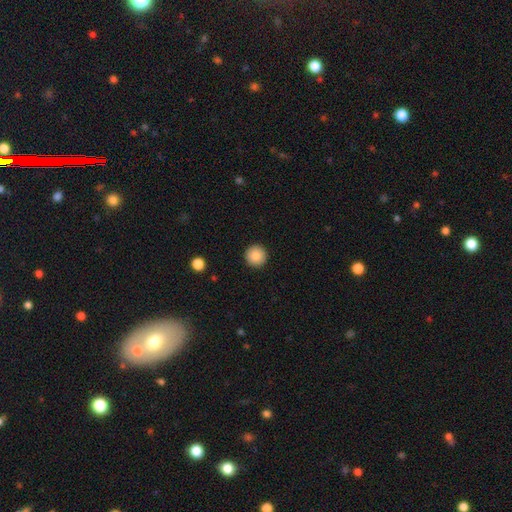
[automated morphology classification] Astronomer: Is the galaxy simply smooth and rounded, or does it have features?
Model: smooth — 87%.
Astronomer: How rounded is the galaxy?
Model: round — 96%.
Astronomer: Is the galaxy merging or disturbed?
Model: none — 93%.